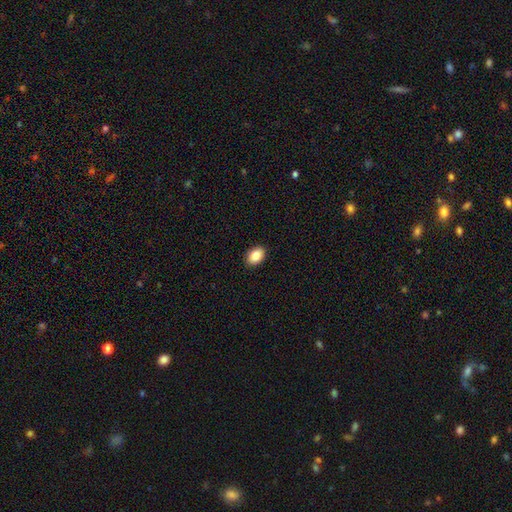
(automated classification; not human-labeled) Q: Smooth or featured?
A: smooth (86%); runner-up: star or artifact (8%)
Q: How rounded?
A: in between (82%); runner-up: round (17%)
Q: Merging?
A: none (91%); runner-up: minor disturbance (7%)